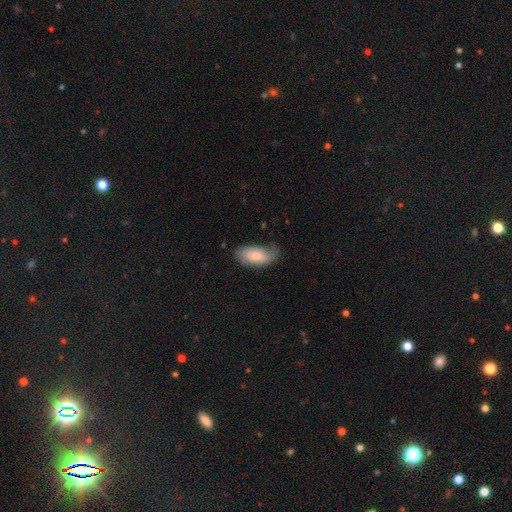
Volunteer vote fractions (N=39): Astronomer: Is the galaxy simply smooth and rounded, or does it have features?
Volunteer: smooth — 72%.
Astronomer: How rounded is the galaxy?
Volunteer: in between — 82%.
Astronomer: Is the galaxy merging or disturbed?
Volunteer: none — 58% (runner-up: minor disturbance, 39%).